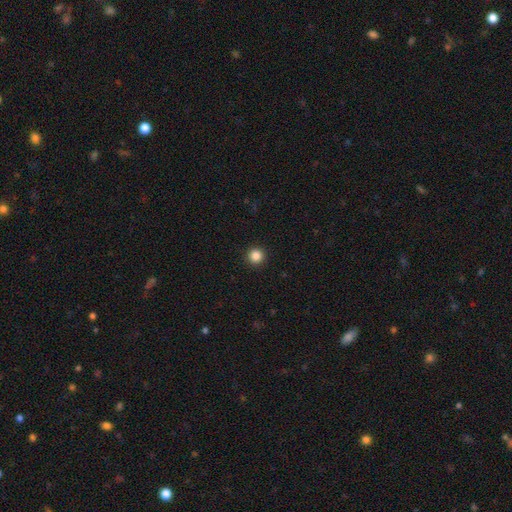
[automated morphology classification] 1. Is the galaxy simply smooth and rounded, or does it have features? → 86% smooth, 11% star or artifact, 3% featured or disk.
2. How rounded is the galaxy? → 96% round, 3% in between, 1% cigar-shaped.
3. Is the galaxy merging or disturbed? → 93% none, 4% minor disturbance, 2% major disturbance, 1% merger.